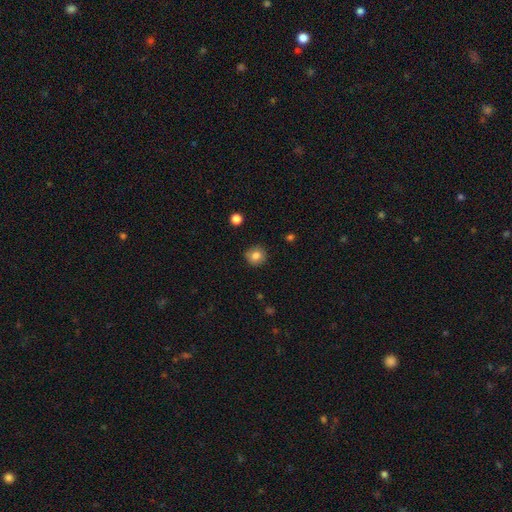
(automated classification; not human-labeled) Smooth or featured? Predicted: smooth (p=0.82). How rounded? Predicted: round (p=0.91). Merging? Predicted: none (p=0.87).